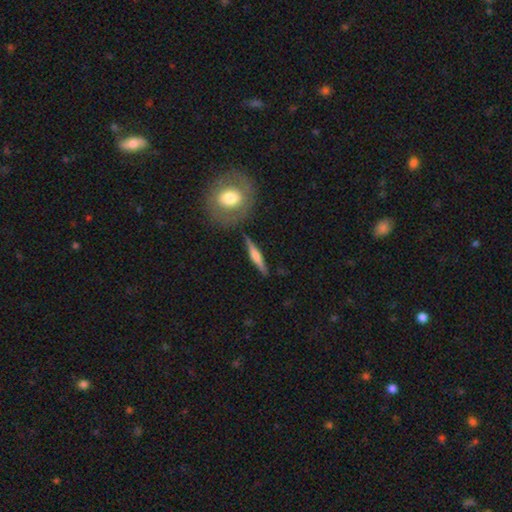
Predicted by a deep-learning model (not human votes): The model was most divided on "smooth or featured": featured or disk: 55%, smooth: 39%, star or artifact: 6%. More confident: edge-on disk — yes (95%); merging — none (86%); edge-on bulge — rounded (80%).